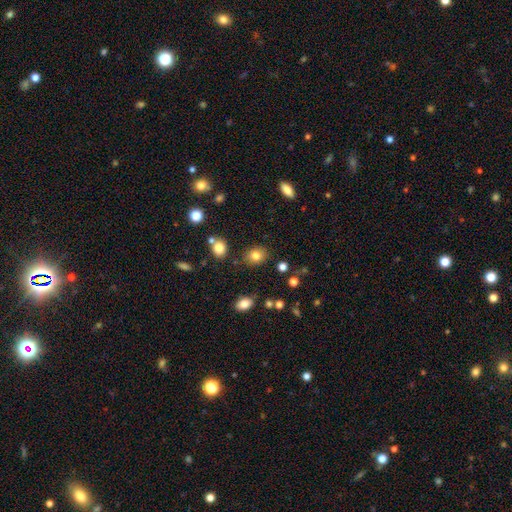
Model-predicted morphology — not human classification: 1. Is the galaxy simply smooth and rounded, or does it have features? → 81% smooth, 11% star or artifact, 8% featured or disk.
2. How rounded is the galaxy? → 55% round, 44% in between, 1% cigar-shaped.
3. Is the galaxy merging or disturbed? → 84% none, 10% minor disturbance, 3% merger, 3% major disturbance.